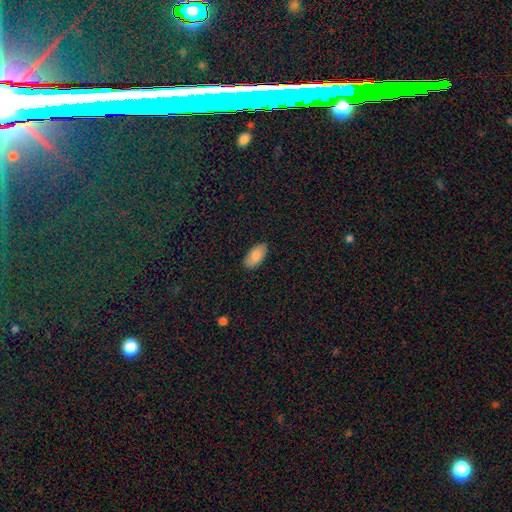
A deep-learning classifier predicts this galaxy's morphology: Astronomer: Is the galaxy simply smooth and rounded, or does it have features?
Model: smooth — 85%.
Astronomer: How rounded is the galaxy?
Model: in between — 94%.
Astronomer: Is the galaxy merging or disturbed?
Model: none — 87%.